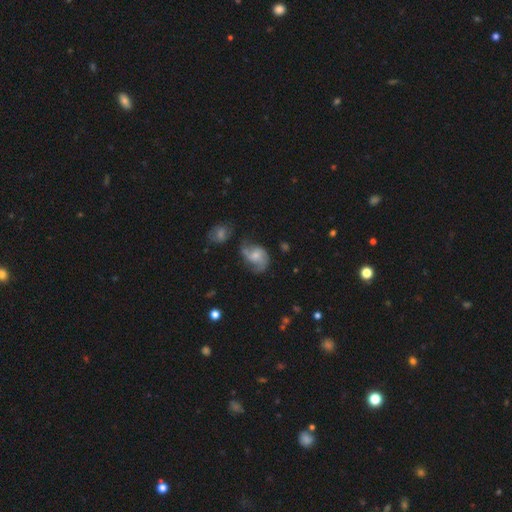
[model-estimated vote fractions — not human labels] This is likely a featured or disk galaxy (68%). It is clearly not viewed edge-on (97%). Bar: likely no (64%). Spiral arm pattern: clearly yes (88%). Spiral arm count: likely 2 (70%). Spiral winding: marginally loose (43%). Central bulge: possibly small (50%). Merging: possibly none (46%).